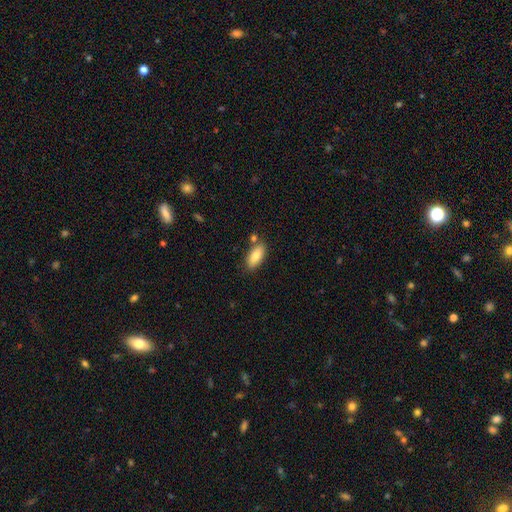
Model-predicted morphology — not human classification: This is clearly a smooth galaxy (83%). How rounded: clearly in between (83%). Merging: likely none (76%).